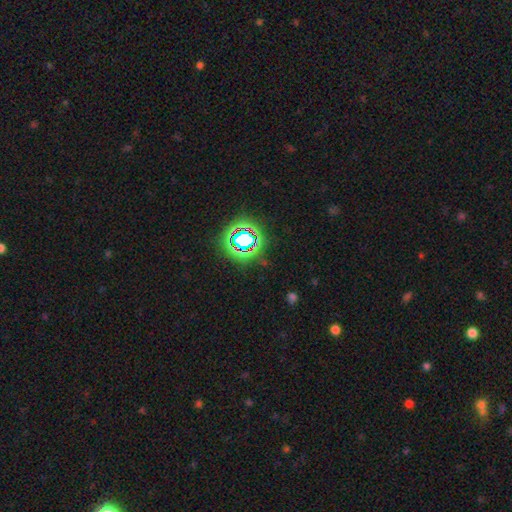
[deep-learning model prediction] Q: Smooth or featured?
A: star or artifact (75%); runner-up: smooth (17%)